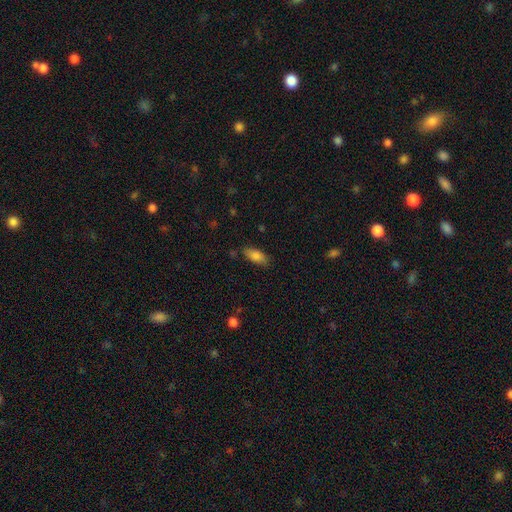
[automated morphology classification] smooth-or-featured: smooth: 82% | featured or disk: 10% | star or artifact: 8%
  how-rounded: in between: 83% | cigar-shaped: 15% | round: 2%
  merging: none: 79% | minor disturbance: 16% | major disturbance: 3% | merger: 2%